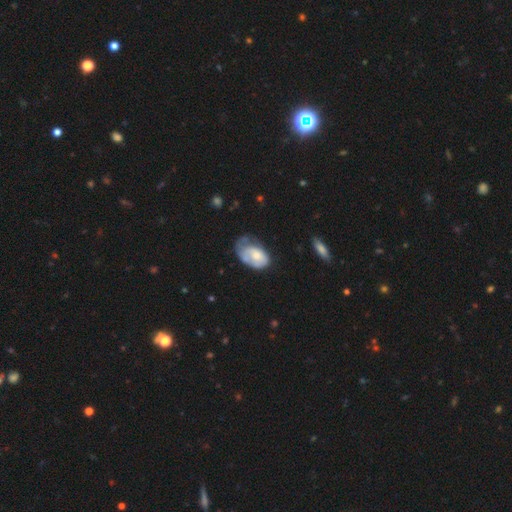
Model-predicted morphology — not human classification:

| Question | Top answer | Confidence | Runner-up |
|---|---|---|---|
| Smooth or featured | smooth | 58% | featured or disk (35%) |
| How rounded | in between | 89% | round (9%) |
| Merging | minor disturbance | 37% | major disturbance (31%) |